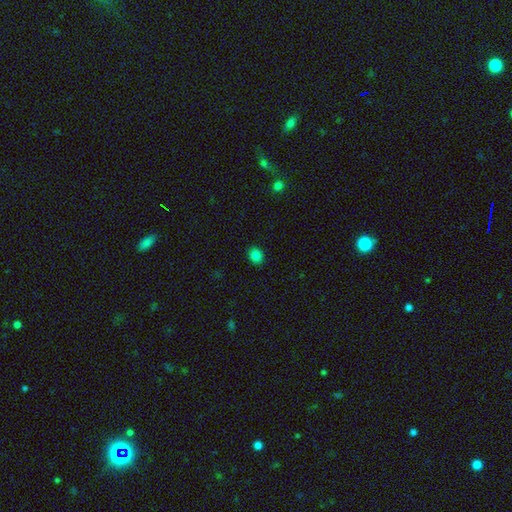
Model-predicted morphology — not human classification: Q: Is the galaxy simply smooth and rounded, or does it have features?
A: smooth — 83%.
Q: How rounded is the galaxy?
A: round — 62%.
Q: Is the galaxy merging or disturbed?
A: none — 90%.